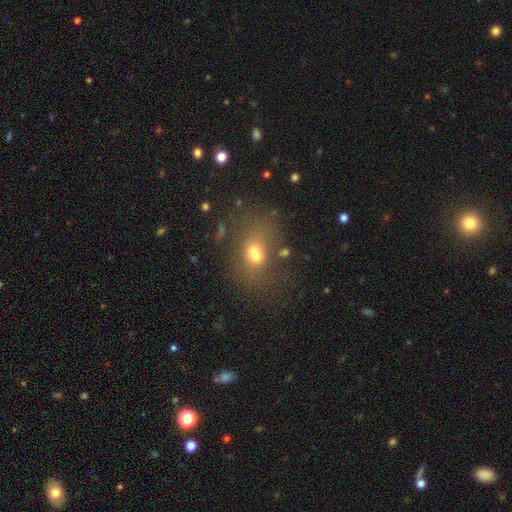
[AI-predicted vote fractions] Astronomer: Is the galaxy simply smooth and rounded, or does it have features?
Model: smooth — 55%.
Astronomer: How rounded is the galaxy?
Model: in between — 63%.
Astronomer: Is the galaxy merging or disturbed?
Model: none — 37% (runner-up: merger, 36%).